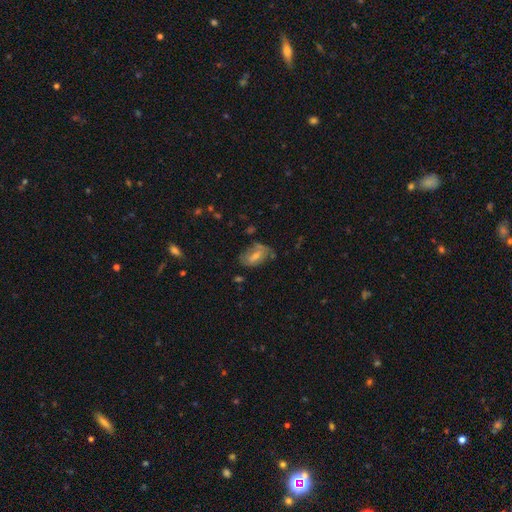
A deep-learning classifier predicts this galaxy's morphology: smooth 54%, featured or disk 37%, star or artifact 9%. Down the decision tree: how rounded — in between (89%); merging — none (54%).